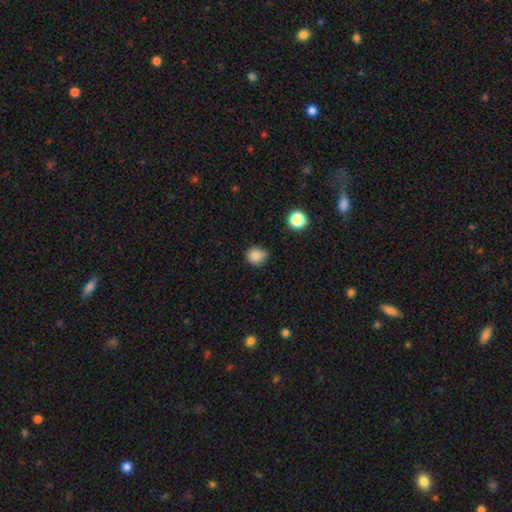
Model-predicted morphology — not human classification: The model was most divided on "merging": none: 77%, minor disturbance: 18%, major disturbance: 3%, merger: 2%. More confident: smooth or featured — smooth (85%); how rounded — round (81%).